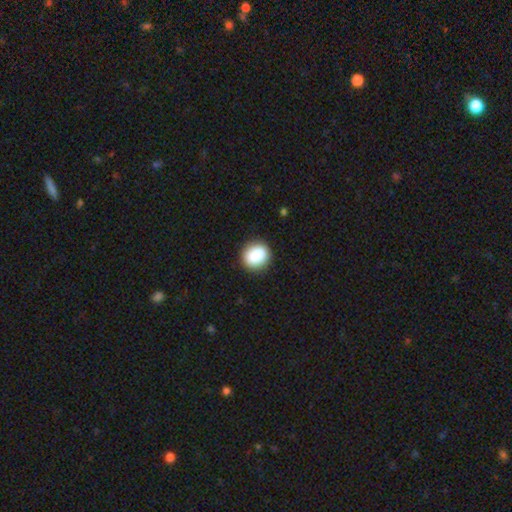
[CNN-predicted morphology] Overall: smooth (86%). How rounded: round (79%). Merging: none (89%).